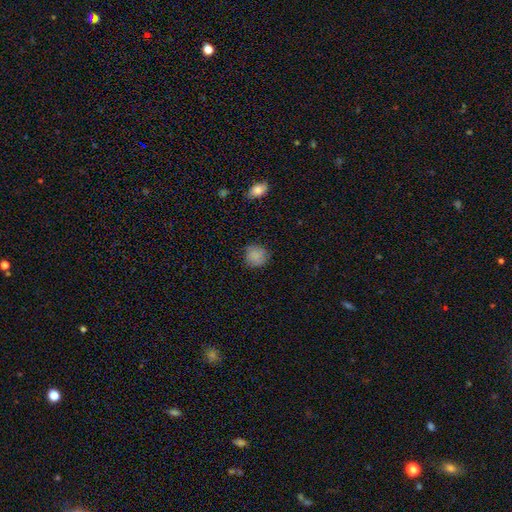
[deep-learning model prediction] smooth-or-featured: smooth: 85% | star or artifact: 10% | featured or disk: 5%
  how-rounded: round: 90% | in between: 9% | cigar-shaped: 1%
  merging: none: 82% | minor disturbance: 13% | major disturbance: 3% | merger: 1%